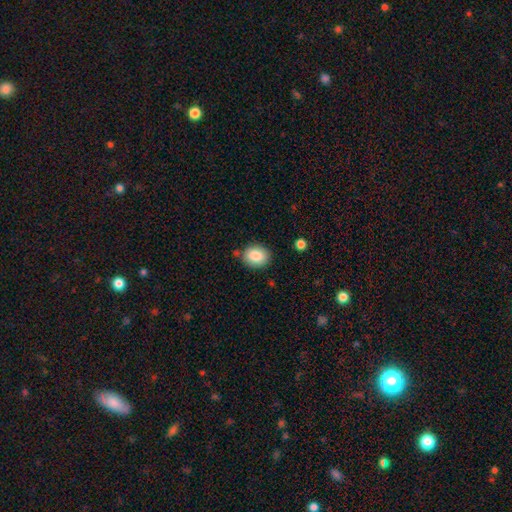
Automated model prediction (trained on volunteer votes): Overall: smooth (86%). How rounded: round (58%; in between 41%). Merging: none (81%).